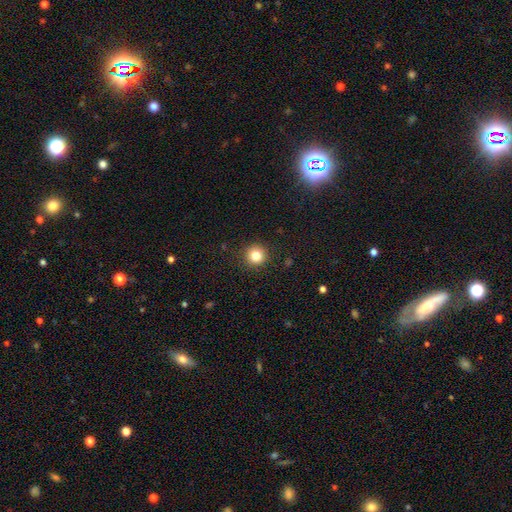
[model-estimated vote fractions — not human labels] This is clearly a smooth galaxy (85%). How rounded: clearly round (94%). Merging: clearly none (90%).